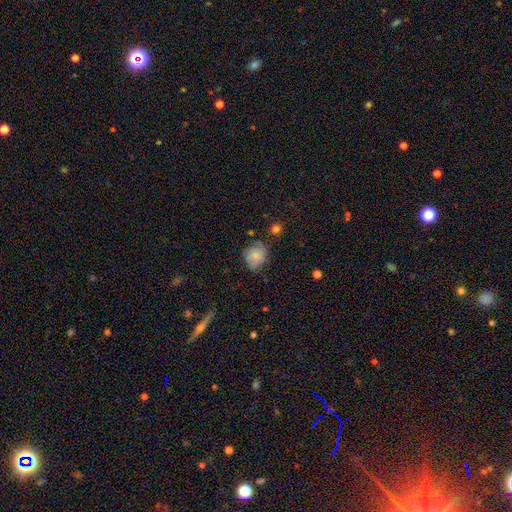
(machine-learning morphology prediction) type=smooth (71%); roundness=round (56%); merging=none (60%).